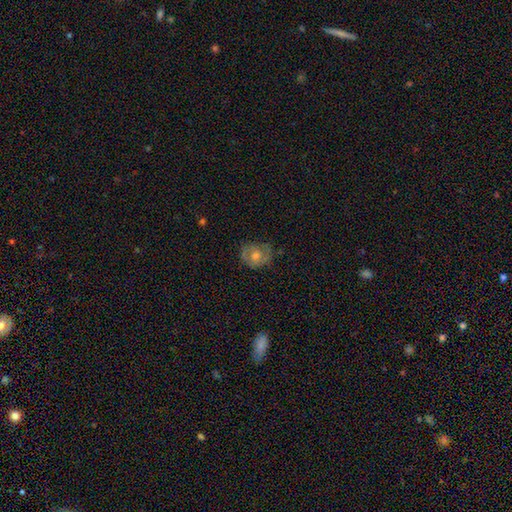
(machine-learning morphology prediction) Smooth or featured?
  - featured or disk: 48% *
  - smooth: 39%
  - star or artifact: 13%
Merging?
  - none: 71% *
  - minor disturbance: 20%
  - major disturbance: 8%
  - merger: 1%